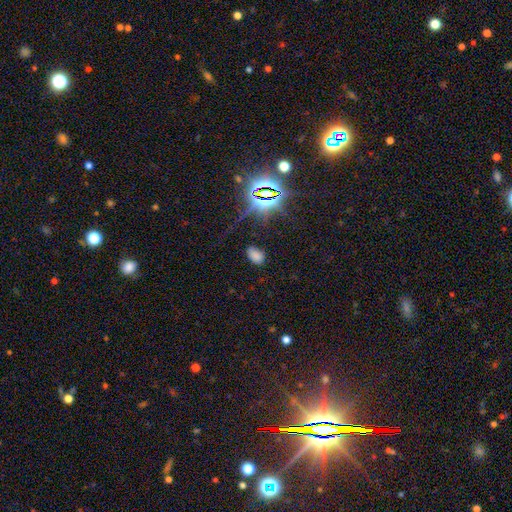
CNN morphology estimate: smooth-or-featured: smooth: 69% | star or artifact: 25% | featured or disk: 6%
  how-rounded: in between: 90% | round: 8% | cigar-shaped: 2%
  merging: none: 80% | minor disturbance: 13% | major disturbance: 5% | merger: 2%